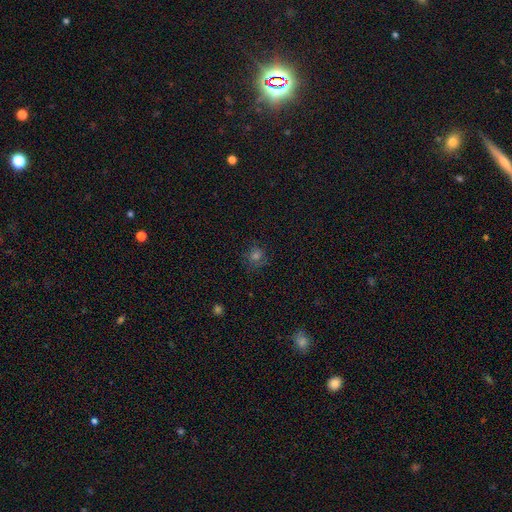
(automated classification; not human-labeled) Smooth or featured: smooth — 55% (star or artifact — 29%)
How rounded: round — 84% (in between — 15%)
Merging: none — 79% (minor disturbance — 14%)